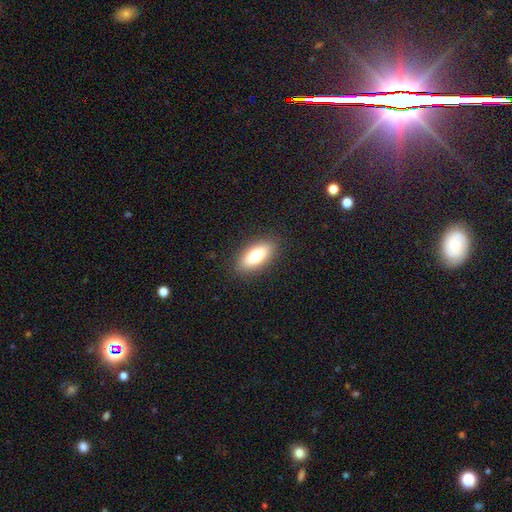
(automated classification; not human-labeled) This appears to be a smooth galaxy with no disk features (73%) that is in between round and cigar-shaped (78%). Merging: none (88%).